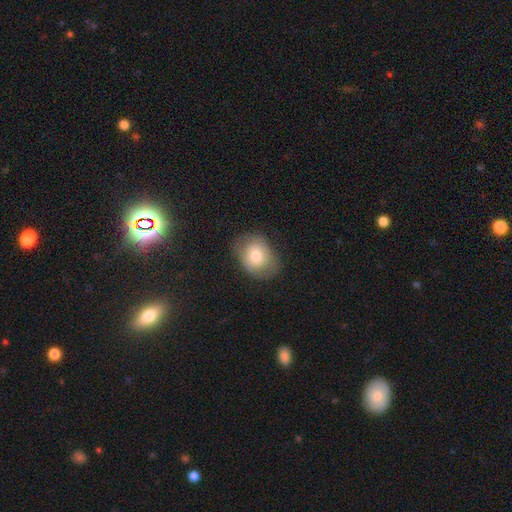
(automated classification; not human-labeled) This appears to be a smooth galaxy with no disk features (75%) that is in between round and cigar-shaped (61%). Merging: none (69%).